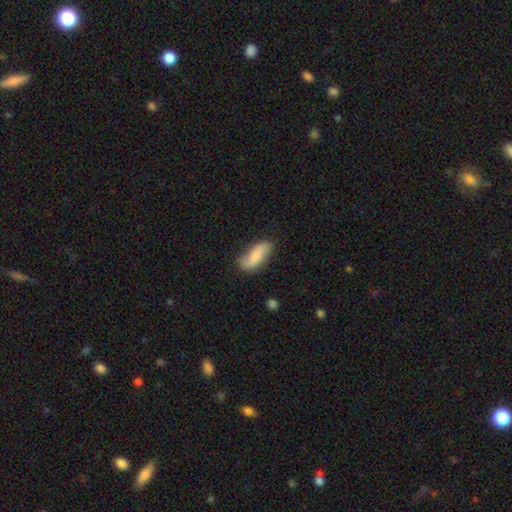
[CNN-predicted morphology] type=smooth (64%); roundness=in between (75%); merging=none (72%).